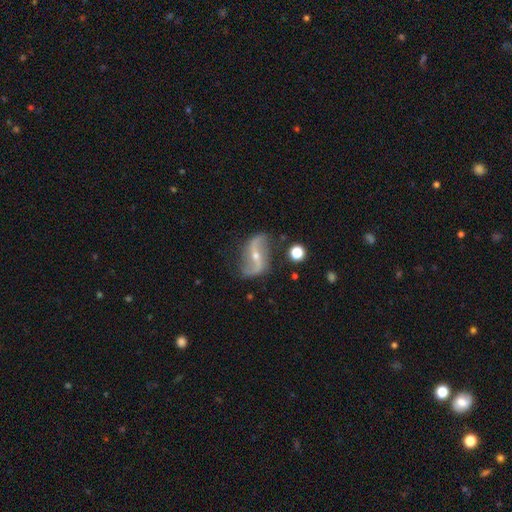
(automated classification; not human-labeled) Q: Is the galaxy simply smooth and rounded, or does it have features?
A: featured or disk — 89%.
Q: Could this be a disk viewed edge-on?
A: no — 95%.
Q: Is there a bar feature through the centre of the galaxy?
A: strong — 39%.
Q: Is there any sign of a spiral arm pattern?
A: yes — 95%.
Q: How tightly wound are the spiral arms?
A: loose — 82%.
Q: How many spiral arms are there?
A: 2 — 94%.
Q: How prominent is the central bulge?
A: small — 62%.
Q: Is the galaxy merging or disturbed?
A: none — 80%.